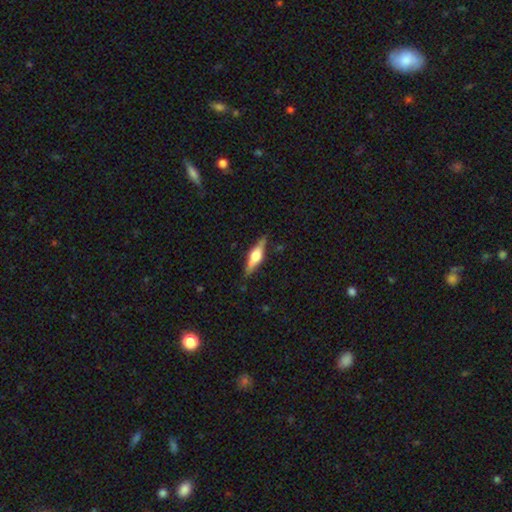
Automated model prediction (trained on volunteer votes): Smooth or featured? featured or disk (69%)
Edge-on disk? yes (97%)
Edge-on bulge? rounded (91%)
Merging? none (86%)